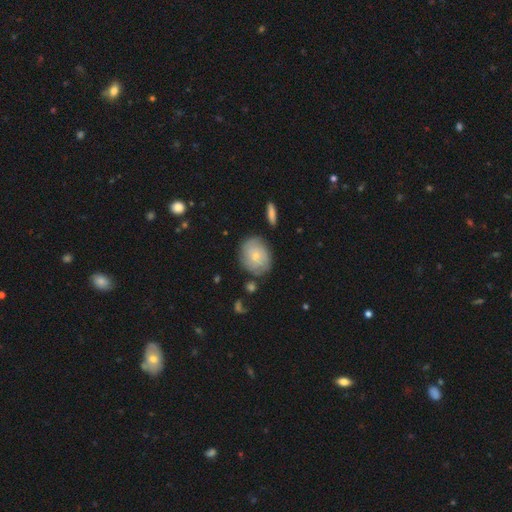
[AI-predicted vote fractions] smooth 47%, featured or disk 46%, star or artifact 7%. Down the decision tree: merging — none (74%).